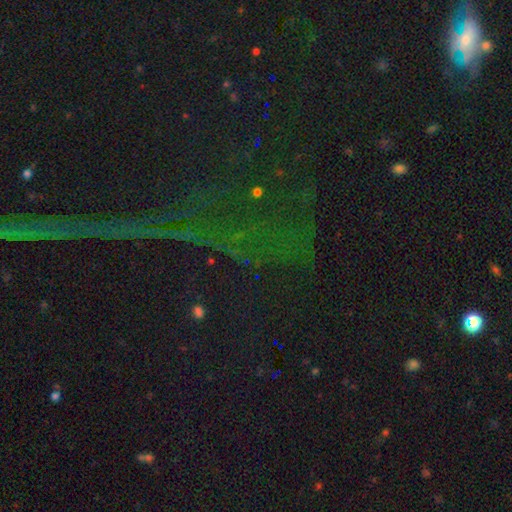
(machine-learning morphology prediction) Overall: star or artifact (83%).